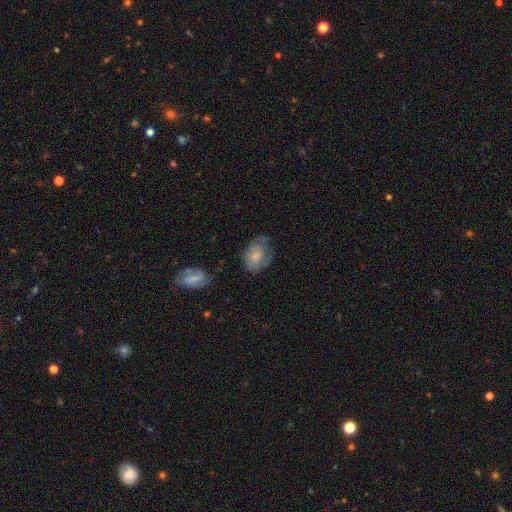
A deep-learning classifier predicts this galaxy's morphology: This is likely a smooth galaxy (67%). How rounded: likely in between (70%). Merging: possibly none (52%).